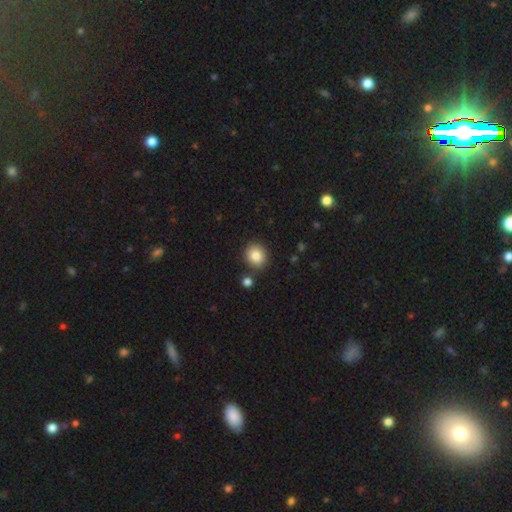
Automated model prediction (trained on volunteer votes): A smooth galaxy with no disk features (85%) that is round (84%). Merging: none (84%).